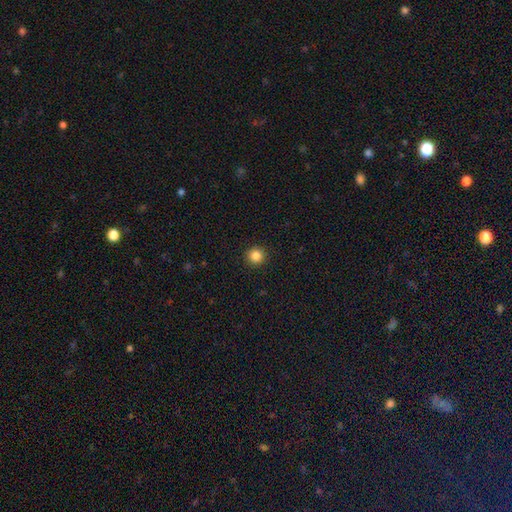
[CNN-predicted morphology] This is clearly a smooth galaxy (85%). How rounded: clearly round (95%). Merging: clearly none (93%).